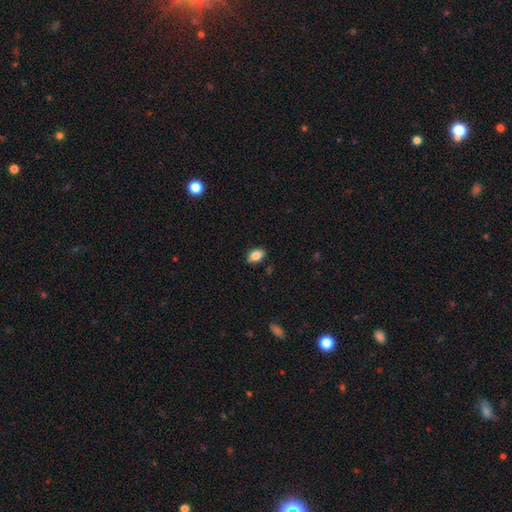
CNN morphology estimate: smooth-or-featured: smooth: 85% | star or artifact: 8% | featured or disk: 7%
  how-rounded: in between: 87% | round: 11% | cigar-shaped: 2%
  merging: none: 87% | minor disturbance: 10% | major disturbance: 2% | merger: 1%